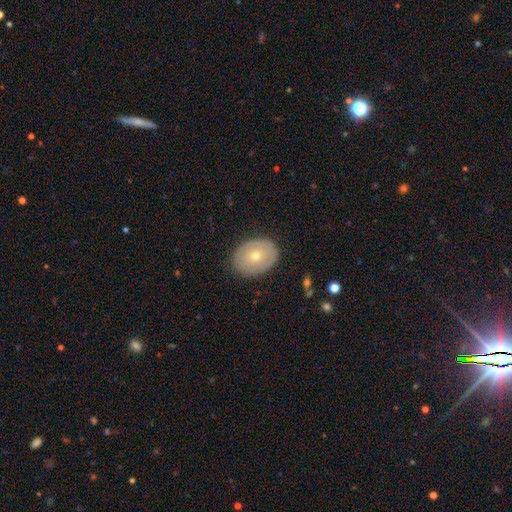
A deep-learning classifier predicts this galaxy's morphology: A smooth galaxy with no disk features (55%) that is in between round and cigar-shaped (66%).

Vote fractions:
- Smooth or featured? smooth: 55% / featured or disk: 37% / star or artifact: 8%
- How rounded? in between: 66% / round: 33% / cigar-shaped: 1%
- Merging? none: 85% / minor disturbance: 11% / major disturbance: 3% / merger: 1%